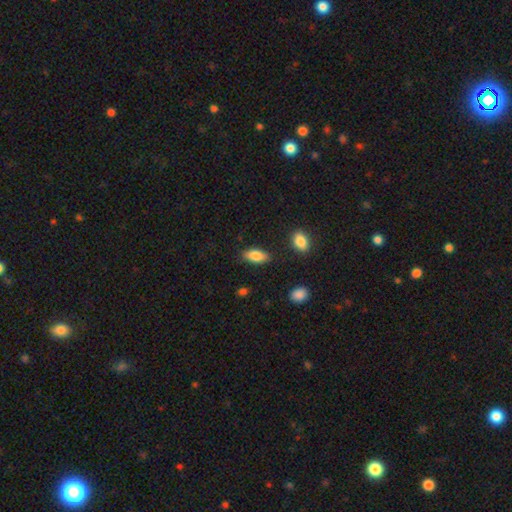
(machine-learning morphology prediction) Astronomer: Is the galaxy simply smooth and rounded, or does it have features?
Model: smooth — 84%.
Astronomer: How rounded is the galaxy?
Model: in between — 89%.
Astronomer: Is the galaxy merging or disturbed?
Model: none — 83%.